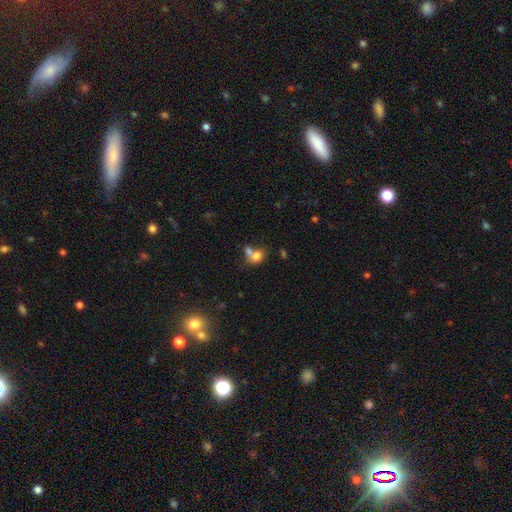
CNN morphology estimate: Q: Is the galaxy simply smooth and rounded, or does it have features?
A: smooth — 75%.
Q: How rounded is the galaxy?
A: in between — 58%.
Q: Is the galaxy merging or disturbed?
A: merger — 55%.